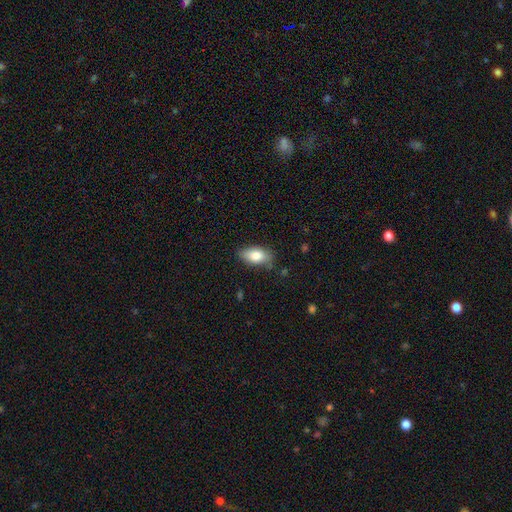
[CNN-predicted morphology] A smooth galaxy with no disk features (80%) that is in between round and cigar-shaped (89%).

Vote fractions:
- Smooth or featured? smooth: 80% / featured or disk: 13% / star or artifact: 7%
- How rounded? in between: 89% / cigar-shaped: 6% / round: 5%
- Merging? none: 75% / minor disturbance: 19% / major disturbance: 4% / merger: 2%